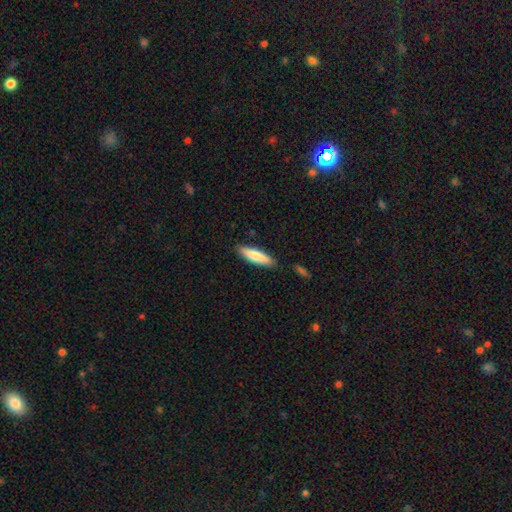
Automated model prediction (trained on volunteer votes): Smooth or featured? Predicted: smooth (p=0.78). How rounded? Predicted: cigar-shaped (p=0.69). Merging? Predicted: none (p=0.85).